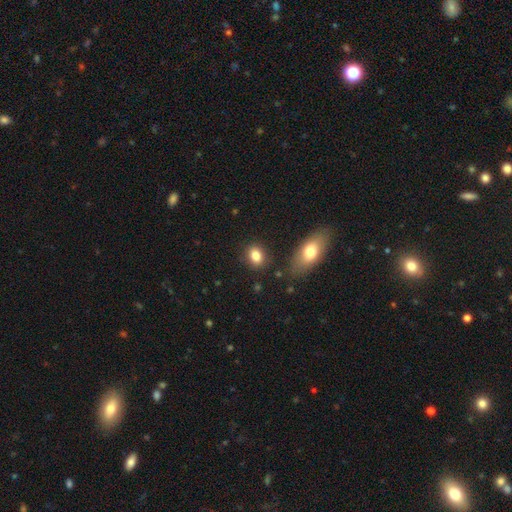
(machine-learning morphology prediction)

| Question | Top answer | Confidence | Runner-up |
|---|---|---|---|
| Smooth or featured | smooth | 83% | star or artifact (9%) |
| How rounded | in between | 60% | round (38%) |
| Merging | none | 84% | minor disturbance (10%) |